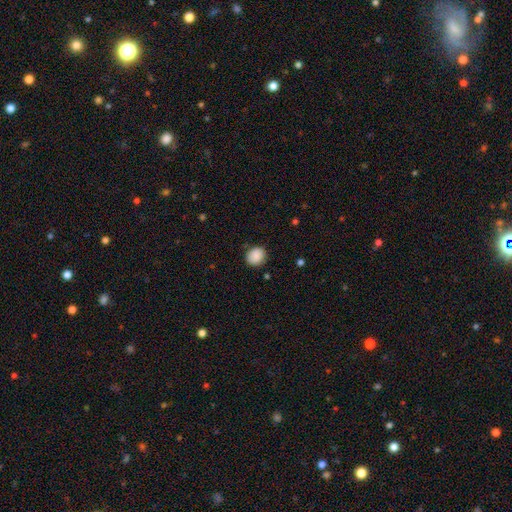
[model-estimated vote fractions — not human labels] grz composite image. It shows a smooth galaxy with no disk features (88%) that is round (77%). Merging: none (83%).